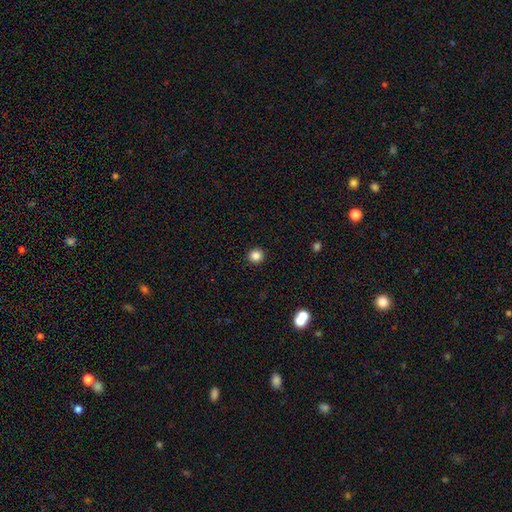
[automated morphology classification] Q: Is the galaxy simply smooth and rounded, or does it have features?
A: smooth — 85%.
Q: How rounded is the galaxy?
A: round — 94%.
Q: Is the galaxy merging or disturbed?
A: none — 93%.